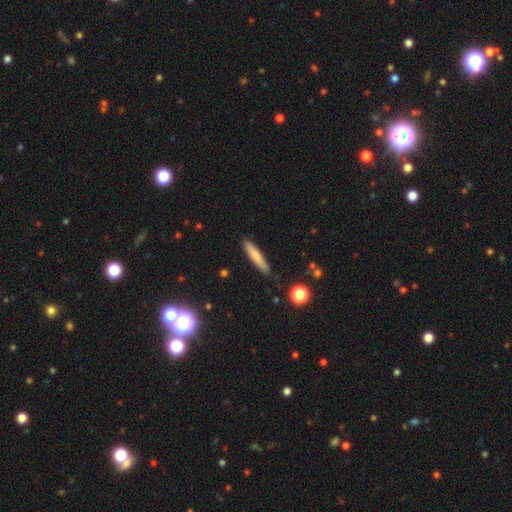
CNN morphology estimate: Smooth or featured? smooth (74%)
How rounded? cigar-shaped (90%)
Merging? none (87%)